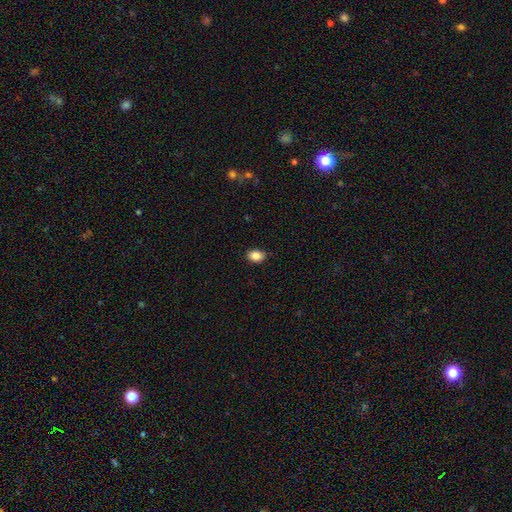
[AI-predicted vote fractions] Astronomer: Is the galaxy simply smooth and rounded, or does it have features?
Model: smooth — 87%.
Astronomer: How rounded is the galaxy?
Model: in between — 75%.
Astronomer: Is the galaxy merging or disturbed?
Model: none — 86%.